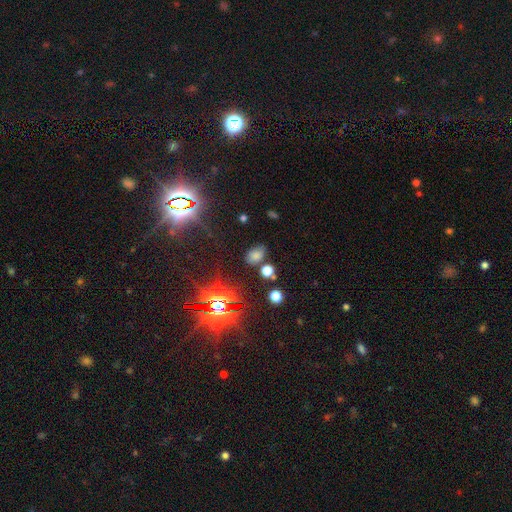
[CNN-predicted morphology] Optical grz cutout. It shows a smooth galaxy with no disk features (63%) that is in between round and cigar-shaped (80%). Merging: none (74%).